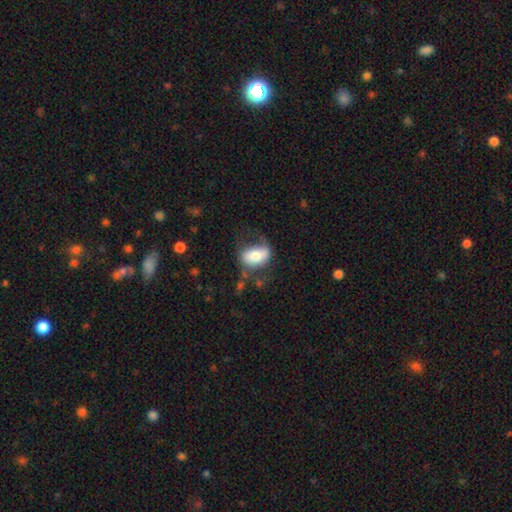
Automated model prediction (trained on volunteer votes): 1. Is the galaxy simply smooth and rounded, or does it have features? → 56% smooth, 37% featured or disk, 7% star or artifact.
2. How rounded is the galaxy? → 85% in between, 12% round, 2% cigar-shaped.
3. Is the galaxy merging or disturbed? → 45% none, 27% minor disturbance, 24% major disturbance, 4% merger.